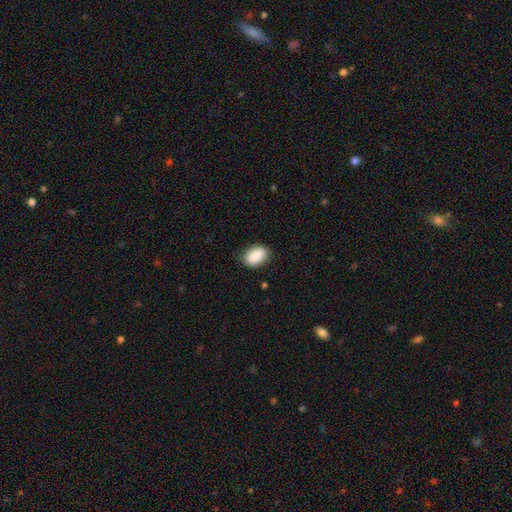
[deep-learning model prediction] Q: Smooth or featured?
A: smooth (88%); runner-up: star or artifact (7%)
Q: How rounded?
A: in between (88%); runner-up: round (10%)
Q: Merging?
A: none (85%); runner-up: minor disturbance (11%)